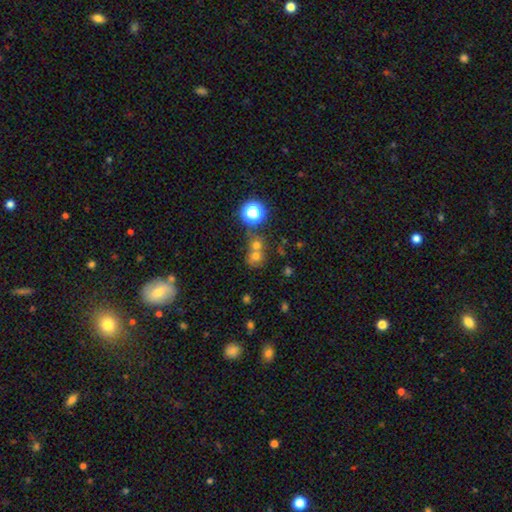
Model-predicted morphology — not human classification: Smooth or featured?
  - smooth: 65% *
  - star or artifact: 23%
  - featured or disk: 13%
How rounded?
  - round: 80% *
  - in between: 19%
  - cigar-shaped: 1%
Merging?
  - merger: 49% *
  - none: 41%
  - minor disturbance: 7%
  - major disturbance: 4%